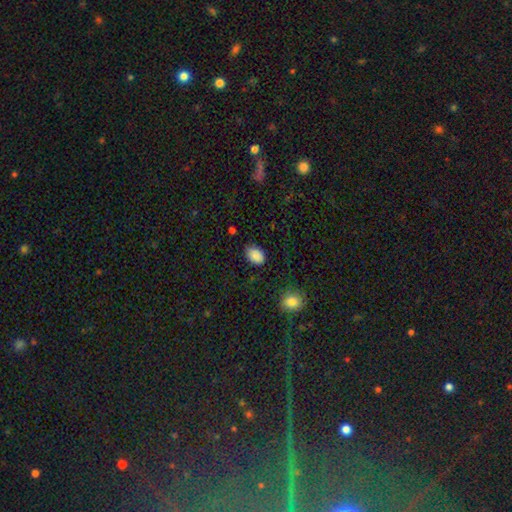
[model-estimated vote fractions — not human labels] Smooth or featured: smooth — 88% (star or artifact — 8%)
How rounded: in between — 81% (round — 18%)
Merging: none — 78% (minor disturbance — 17%)